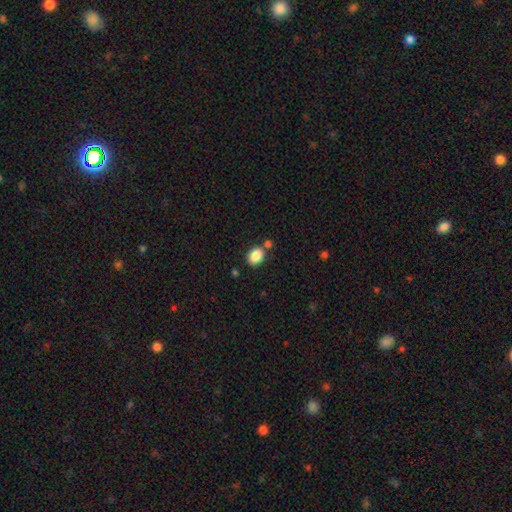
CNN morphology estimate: Smooth or featured: smooth — 87% (star or artifact — 9%)
How rounded: in between — 68% (round — 31%)
Merging: none — 73% (merger — 13%)